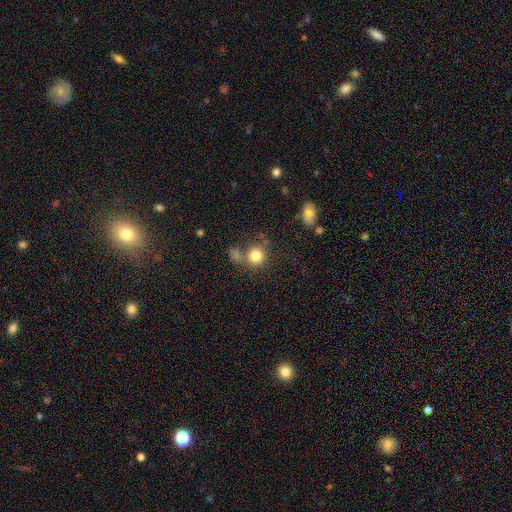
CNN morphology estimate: Q: Smooth or featured?
A: smooth (81%); runner-up: star or artifact (11%)
Q: How rounded?
A: round (88%); runner-up: in between (11%)
Q: Merging?
A: none (60%); runner-up: merger (21%)